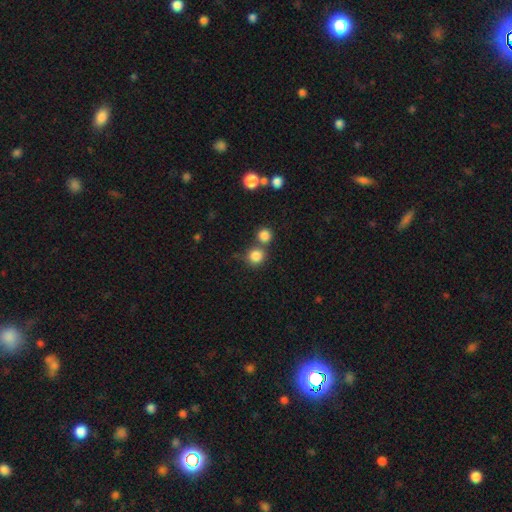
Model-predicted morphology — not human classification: This appears to be a smooth galaxy with no disk features (83%) that is round (90%). Merging: none (61%).